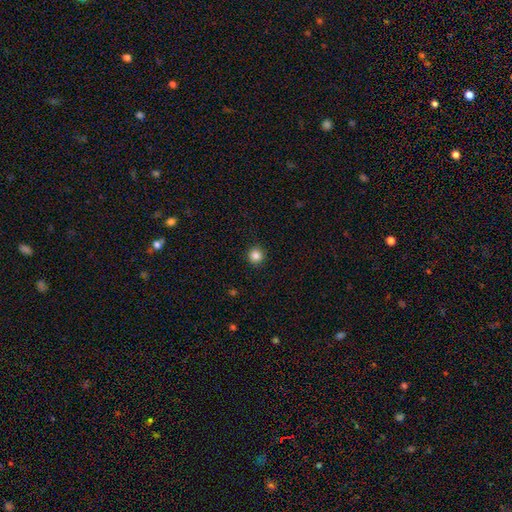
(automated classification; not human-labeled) A smooth galaxy with no disk features (85%) that is round (95%). Merging: none (93%).